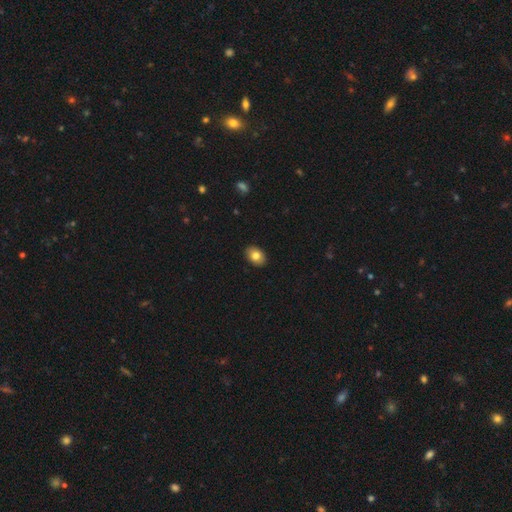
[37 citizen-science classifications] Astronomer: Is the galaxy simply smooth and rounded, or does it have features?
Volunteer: smooth — 73%.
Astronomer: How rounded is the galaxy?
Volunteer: in between — 85%.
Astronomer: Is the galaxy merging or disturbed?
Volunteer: none — 97%.